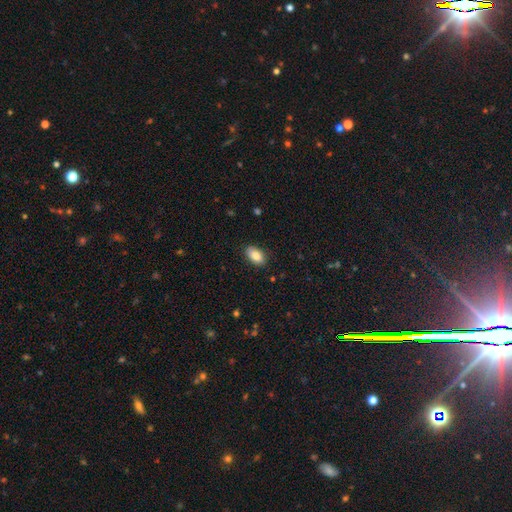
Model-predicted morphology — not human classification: type=smooth (86%); roundness=in between (93%); merging=none (86%).